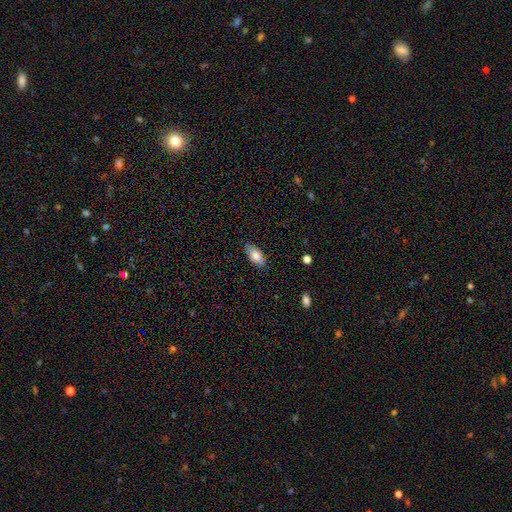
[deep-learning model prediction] smooth-or-featured: smooth: 81% | featured or disk: 12% | star or artifact: 7%
  how-rounded: in between: 89% | cigar-shaped: 8% | round: 3%
  merging: none: 85% | minor disturbance: 12% | major disturbance: 2% | merger: 1%